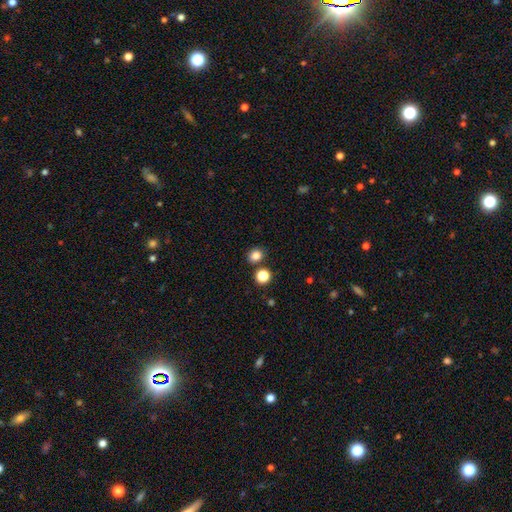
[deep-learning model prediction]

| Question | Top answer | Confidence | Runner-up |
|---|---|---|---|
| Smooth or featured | smooth | 83% | star or artifact (13%) |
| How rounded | round | 72% | in between (27%) |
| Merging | none | 82% | merger (8%) |